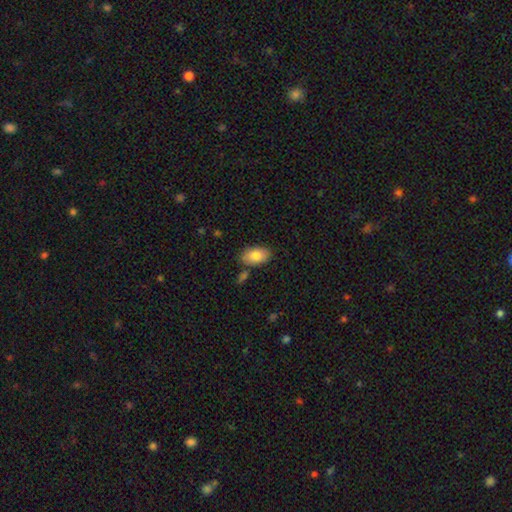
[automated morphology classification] Smooth or featured: smooth — 83% (featured or disk — 11%)
How rounded: in between — 93% (round — 6%)
Merging: none — 81% (minor disturbance — 12%)